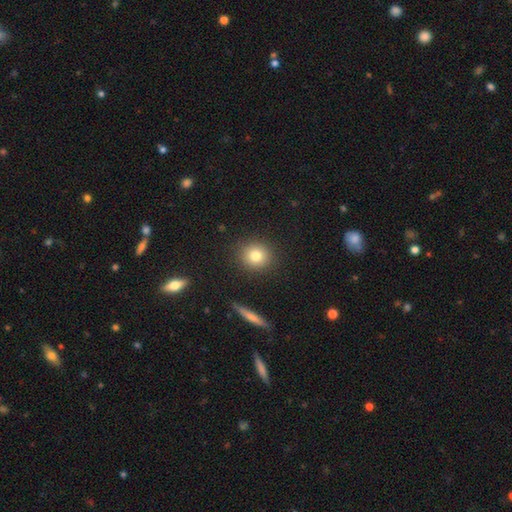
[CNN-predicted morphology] Overall: smooth (79%). How rounded: round (86%). Merging: none (89%).